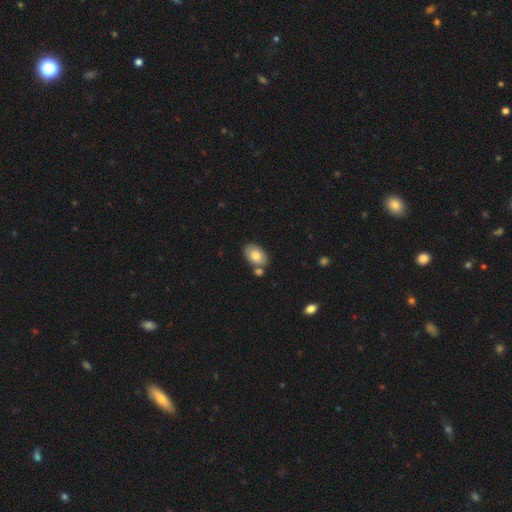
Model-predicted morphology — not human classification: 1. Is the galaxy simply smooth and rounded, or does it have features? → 81% smooth, 12% featured or disk, 7% star or artifact.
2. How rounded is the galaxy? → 90% in between, 9% round, 1% cigar-shaped.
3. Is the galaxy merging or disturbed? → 69% none, 16% merger, 13% minor disturbance, 3% major disturbance.